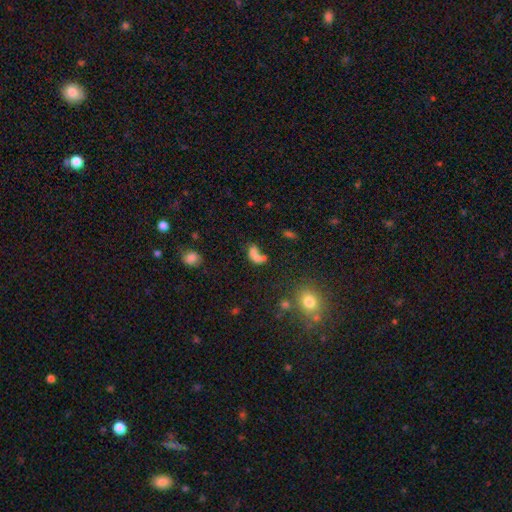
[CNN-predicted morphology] type=smooth (65%); roundness=in between (70%); merging=merger (60%).